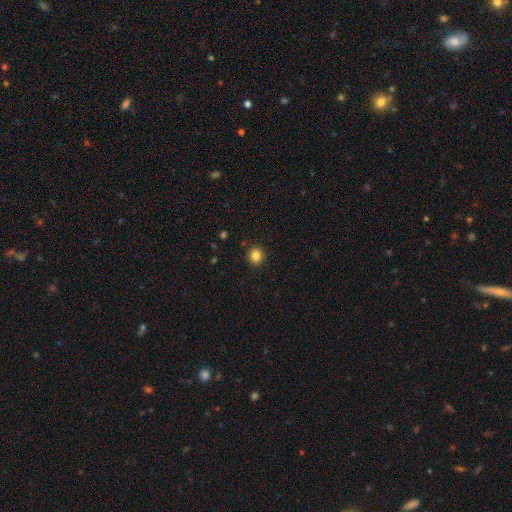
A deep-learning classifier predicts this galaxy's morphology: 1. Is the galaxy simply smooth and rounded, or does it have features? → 84% smooth, 12% star or artifact, 4% featured or disk.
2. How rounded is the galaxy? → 89% round, 10% in between, 1% cigar-shaped.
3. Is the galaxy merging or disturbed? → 91% none, 6% minor disturbance, 2% major disturbance, 1% merger.